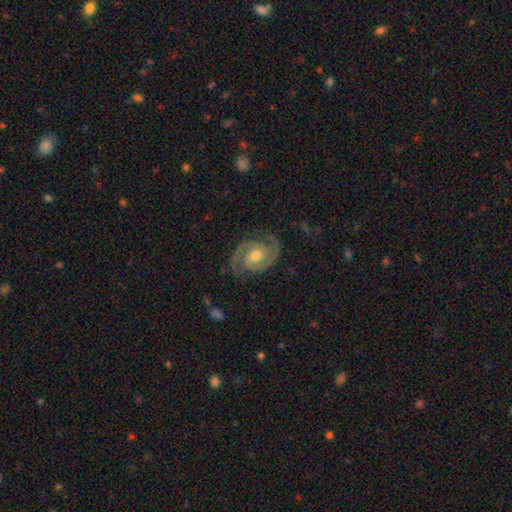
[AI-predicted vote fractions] A featured or disk galaxy (92%) with no bar (57%), 2 (93%) medium (48%) spiral arms (98%) and a moderate central bulge (65%). Merging: none (83%).